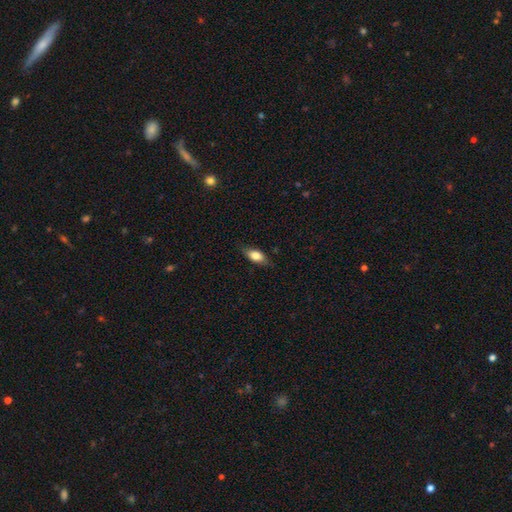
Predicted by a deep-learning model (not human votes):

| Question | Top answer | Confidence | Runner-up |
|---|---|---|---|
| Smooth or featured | smooth | 79% | featured or disk (14%) |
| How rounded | in between | 83% | cigar-shaped (12%) |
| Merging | none | 80% | minor disturbance (15%) |